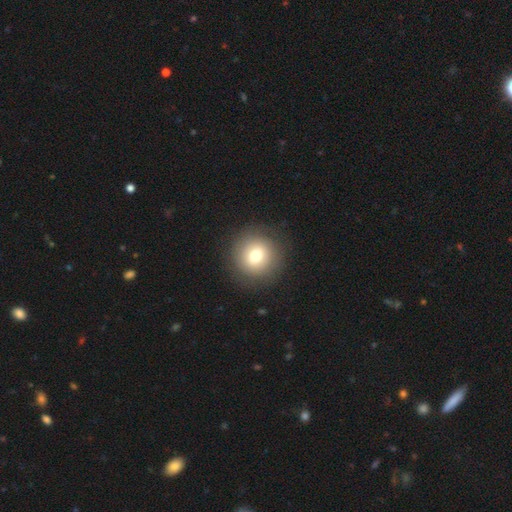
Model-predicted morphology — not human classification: Q: Smooth or featured?
A: smooth (74%); runner-up: featured or disk (15%)
Q: How rounded?
A: round (94%); runner-up: in between (5%)
Q: Merging?
A: none (88%); runner-up: minor disturbance (7%)